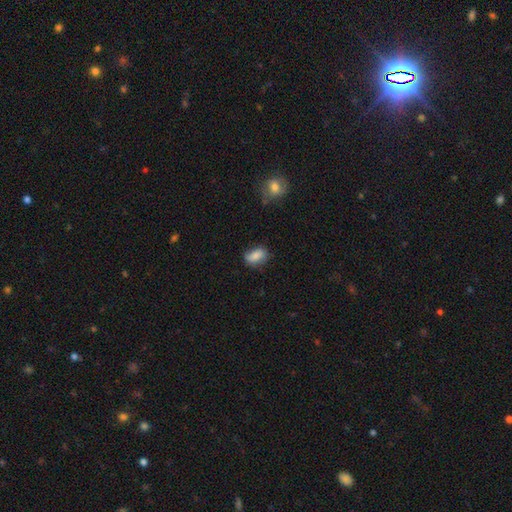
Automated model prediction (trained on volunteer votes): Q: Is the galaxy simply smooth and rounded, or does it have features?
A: smooth — 79%.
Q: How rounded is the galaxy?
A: in between — 85%.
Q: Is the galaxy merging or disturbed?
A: none — 71%.